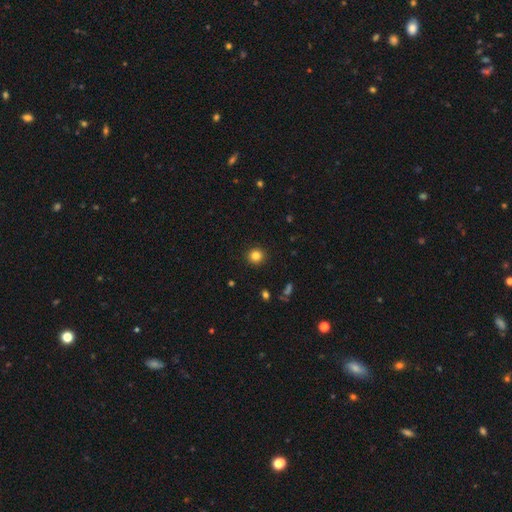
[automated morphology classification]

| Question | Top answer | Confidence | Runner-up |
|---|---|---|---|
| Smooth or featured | smooth | 83% | star or artifact (12%) |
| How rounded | round | 92% | in between (7%) |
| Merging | none | 92% | minor disturbance (5%) |